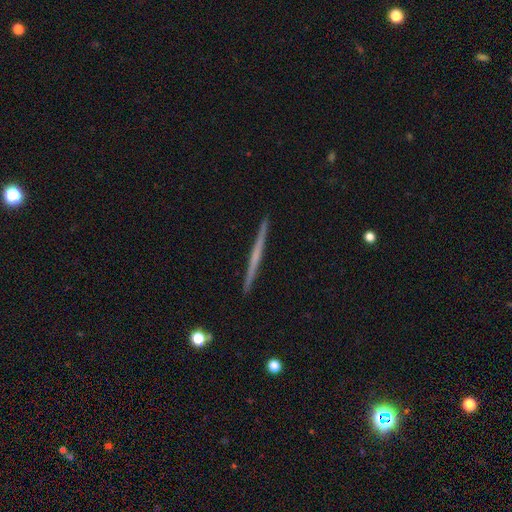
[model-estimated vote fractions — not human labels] featured or disk 62%, smooth 32%, star or artifact 6%. Down the decision tree: edge-on disk — yes (98%); edge-on bulge — none (84%); merging — none (93%).